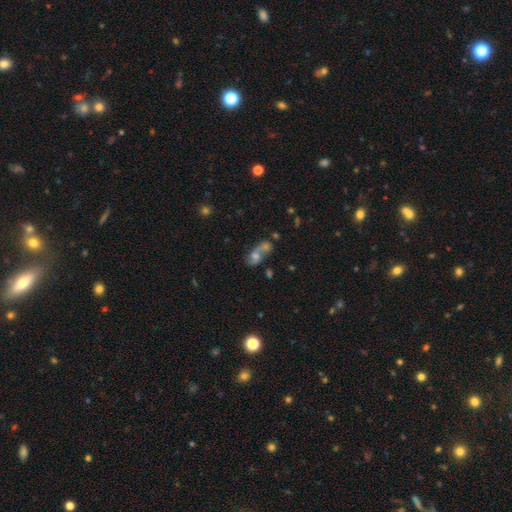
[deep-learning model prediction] Smooth or featured: smooth — 50% (featured or disk — 33%)
How rounded: in between — 61% (round — 32%)
Merging: merger — 61% (none — 21%)